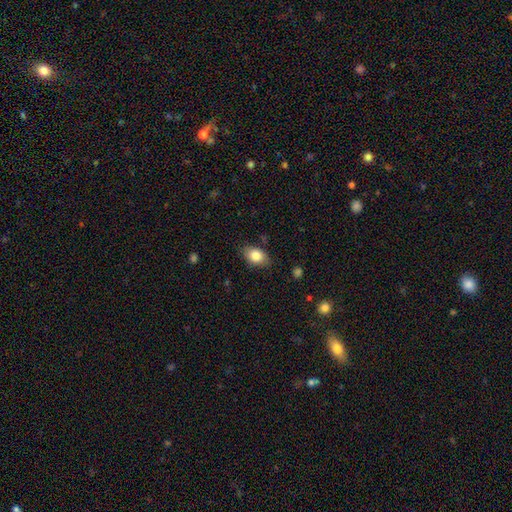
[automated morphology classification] smooth_or_featured: smooth (p=0.83) [alt: featured or disk p=0.09]
how_rounded: in between (p=0.82) [alt: round p=0.17]
merging: none (p=0.81) [alt: minor disturbance p=0.15]